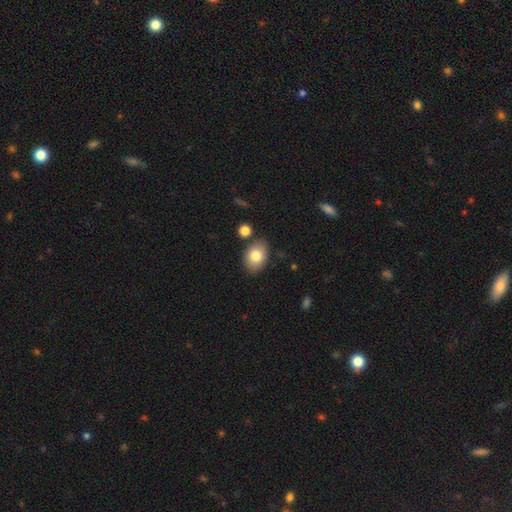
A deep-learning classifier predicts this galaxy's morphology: type=smooth (81%); roundness=in between (79%); merging=none (82%).